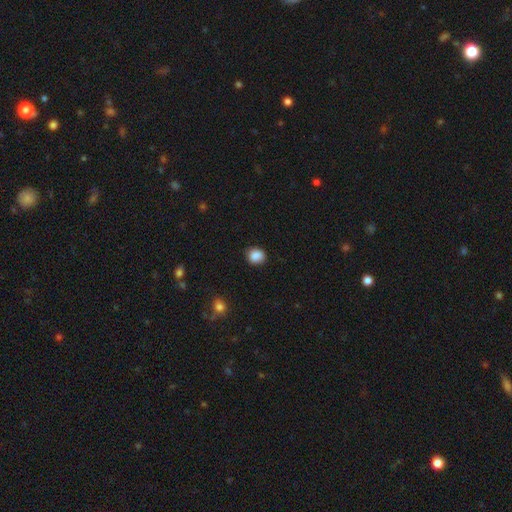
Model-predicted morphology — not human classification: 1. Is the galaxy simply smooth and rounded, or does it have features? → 87% smooth, 9% star or artifact, 4% featured or disk.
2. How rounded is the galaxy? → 74% round, 25% in between, 1% cigar-shaped.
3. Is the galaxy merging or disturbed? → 80% none, 15% minor disturbance, 3% major disturbance, 2% merger.